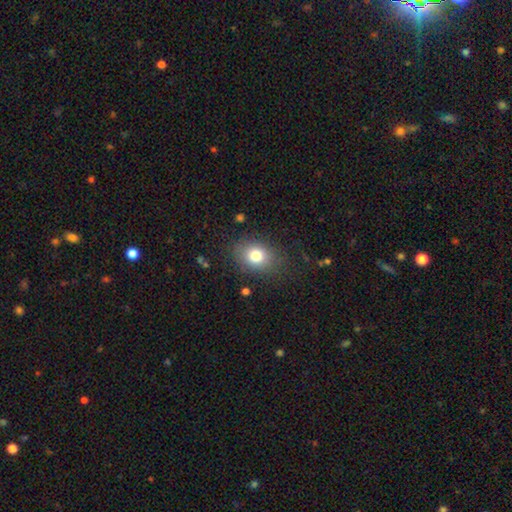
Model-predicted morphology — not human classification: smooth_or_featured: smooth (p=0.79) [alt: star or artifact p=0.11]
how_rounded: in between (p=0.57) [alt: round p=0.42]
merging: none (p=0.82) [alt: minor disturbance p=0.12]